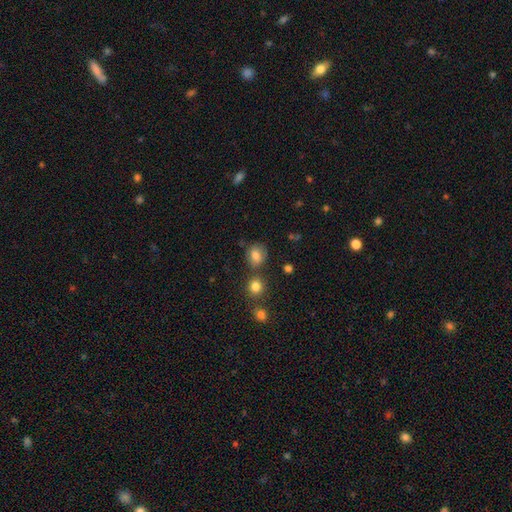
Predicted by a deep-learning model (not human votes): Morphology: type=smooth (78%); roundness=round (59%); merging=none (67%).